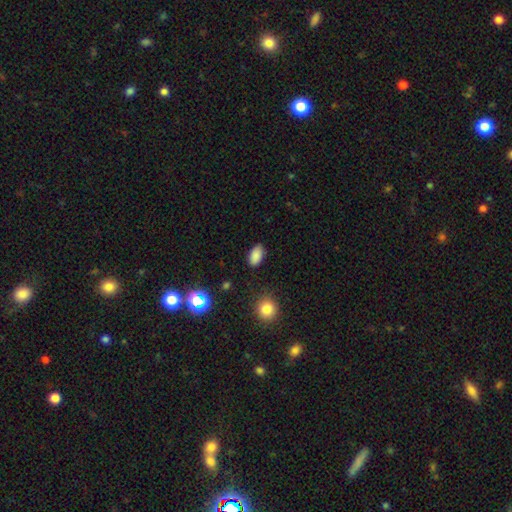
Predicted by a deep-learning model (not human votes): smooth 85%, star or artifact 10%, featured or disk 4%. Down the decision tree: how rounded — in between (93%); merging — none (85%).